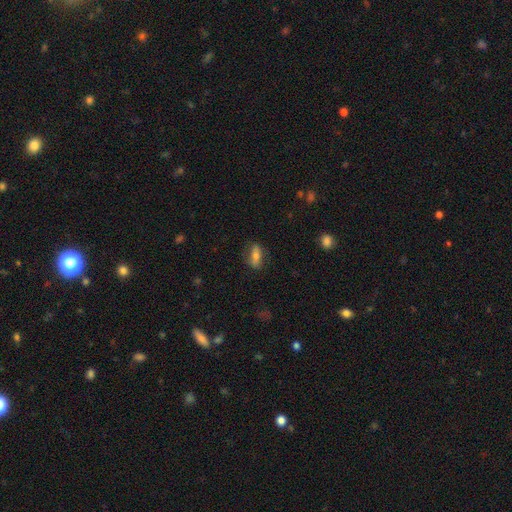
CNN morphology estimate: smooth 67%, featured or disk 25%, star or artifact 8%. Down the decision tree: how rounded — in between (71%); merging — none (79%).